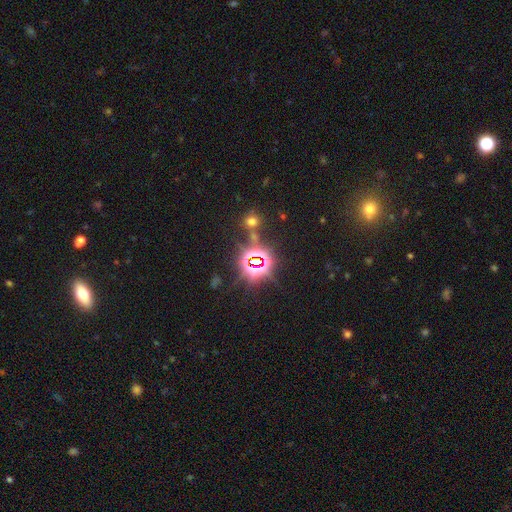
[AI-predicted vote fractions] Smooth or featured? star or artifact (78%)